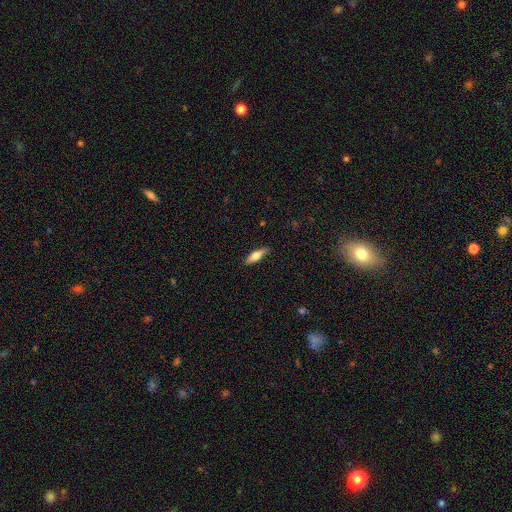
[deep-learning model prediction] Q: Smooth or featured?
A: smooth (58%); runner-up: featured or disk (36%)
Q: How rounded?
A: cigar-shaped (57%); runner-up: in between (41%)
Q: Merging?
A: none (87%); runner-up: minor disturbance (10%)